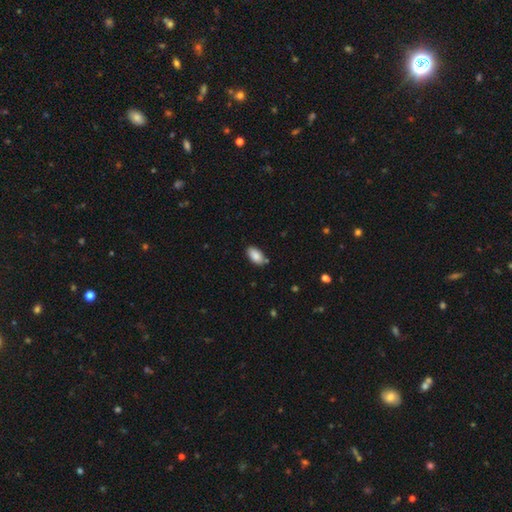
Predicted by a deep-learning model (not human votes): A smooth galaxy with no disk features (87%) that is in between round and cigar-shaped (94%).

Vote fractions:
- Smooth or featured? smooth: 87% / star or artifact: 7% / featured or disk: 6%
- How rounded? in between: 94% / round: 3% / cigar-shaped: 3%
- Merging? none: 79% / minor disturbance: 15% / merger: 3% / major disturbance: 3%